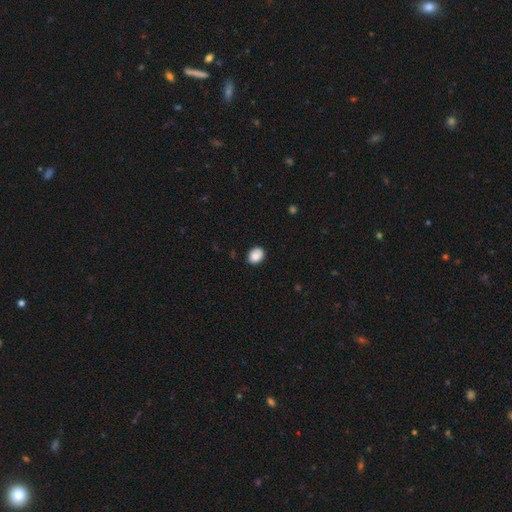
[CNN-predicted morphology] Overall: smooth (85%). How rounded: in between (53%; round 46%). Merging: none (79%).